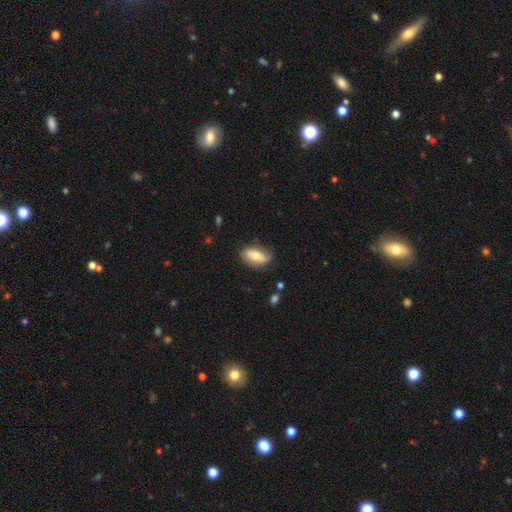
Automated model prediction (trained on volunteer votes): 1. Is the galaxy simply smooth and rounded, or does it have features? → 69% smooth, 24% featured or disk, 6% star or artifact.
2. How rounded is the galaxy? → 83% in between, 12% cigar-shaped, 5% round.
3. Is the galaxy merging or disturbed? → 78% none, 17% minor disturbance, 4% major disturbance, 2% merger.